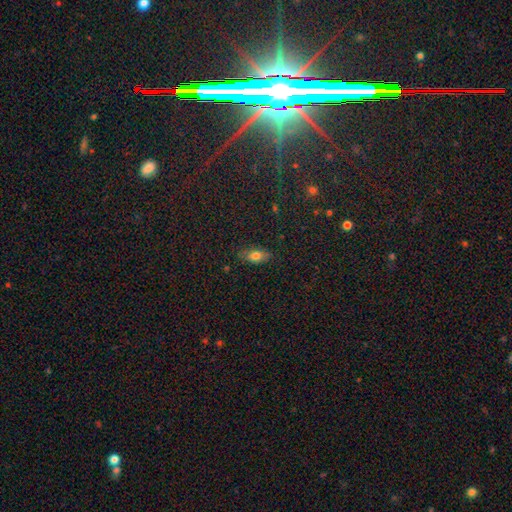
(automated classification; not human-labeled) smooth-or-featured: smooth: 76% | featured or disk: 14% | star or artifact: 10%
  how-rounded: in between: 85% | cigar-shaped: 9% | round: 6%
  merging: none: 82% | minor disturbance: 14% | major disturbance: 3% | merger: 1%